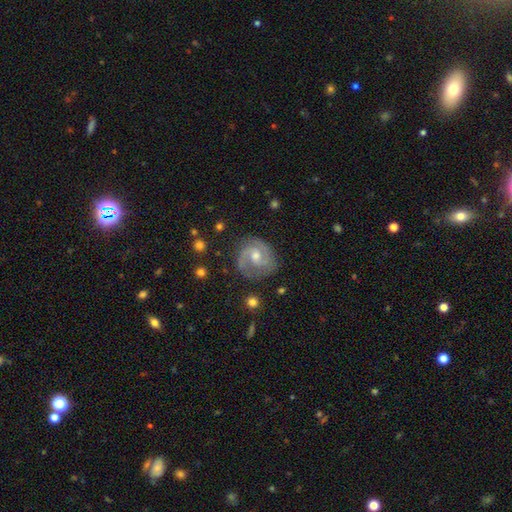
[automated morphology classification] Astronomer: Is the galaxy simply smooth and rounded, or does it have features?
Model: featured or disk — 83%.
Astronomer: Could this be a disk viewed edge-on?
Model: no — 98%.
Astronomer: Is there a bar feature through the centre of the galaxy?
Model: weak — 46% (runner-up: no, 44%).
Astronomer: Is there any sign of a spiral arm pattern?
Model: yes — 95%.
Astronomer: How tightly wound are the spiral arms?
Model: medium — 48% (runner-up: tight, 39%).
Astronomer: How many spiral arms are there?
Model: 2 — 80%.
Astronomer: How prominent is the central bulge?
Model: moderate — 67%.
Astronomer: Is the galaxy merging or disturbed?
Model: none — 77%.